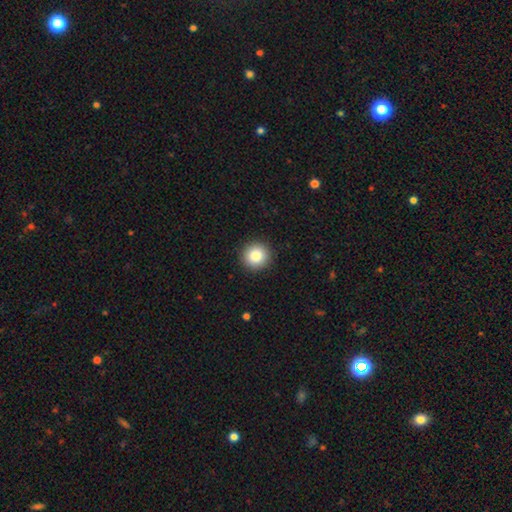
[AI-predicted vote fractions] Smooth or featured? Predicted: smooth (p=0.86). How rounded? Predicted: round (p=0.94). Merging? Predicted: none (p=0.93).